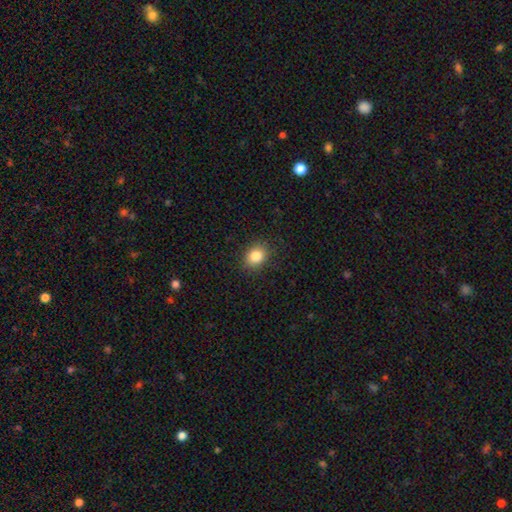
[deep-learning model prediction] Smooth or featured?
  - smooth: 83% *
  - star or artifact: 10%
  - featured or disk: 6%
How rounded?
  - round: 58% *
  - in between: 41%
  - cigar-shaped: 1%
Merging?
  - none: 88% *
  - minor disturbance: 8%
  - major disturbance: 2%
  - merger: 1%